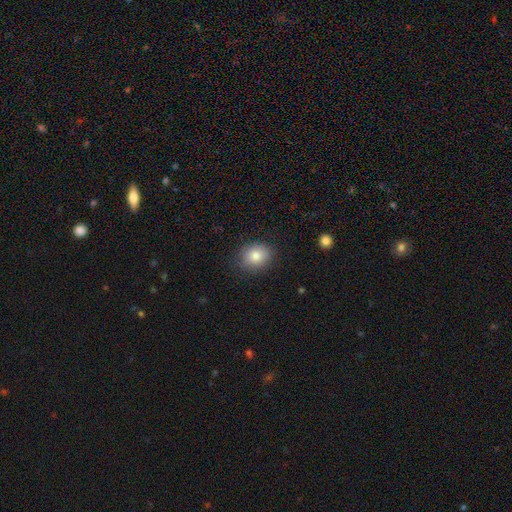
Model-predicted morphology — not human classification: smooth 83%, star or artifact 9%, featured or disk 8%. Down the decision tree: how rounded — round (60%); merging — none (83%).